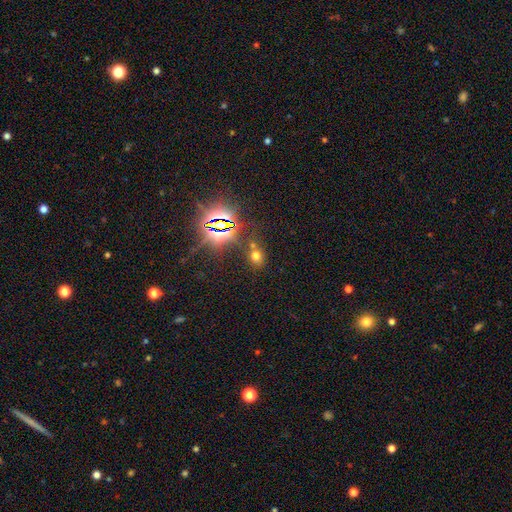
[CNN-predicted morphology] smooth_or_featured: smooth (p=0.55) [alt: star or artifact p=0.36]
how_rounded: round (p=0.53) [alt: in between p=0.46]
merging: none (p=0.66) [alt: merger p=0.17]